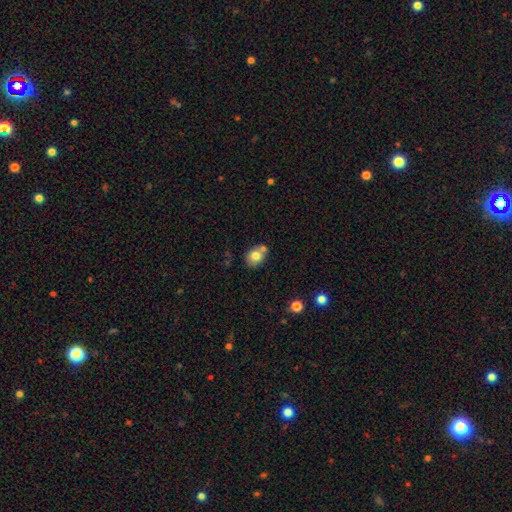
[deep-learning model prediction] Overall: smooth (78%). How rounded: round (54%; in between 46%). Merging: none (56%; merger 27%).